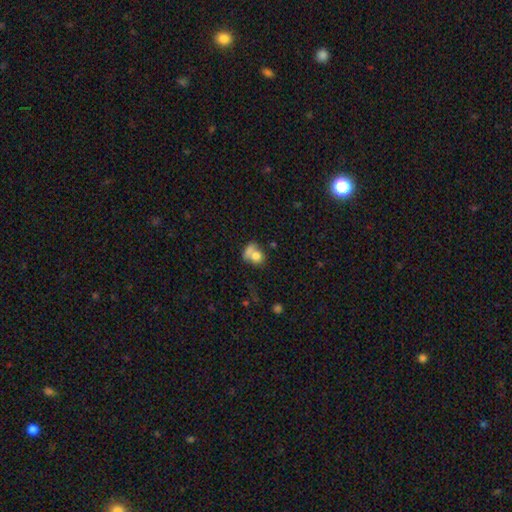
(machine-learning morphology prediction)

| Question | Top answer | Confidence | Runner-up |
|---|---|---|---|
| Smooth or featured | smooth | 73% | featured or disk (17%) |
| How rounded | round | 60% | in between (38%) |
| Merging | merger | 45% | none (31%) |